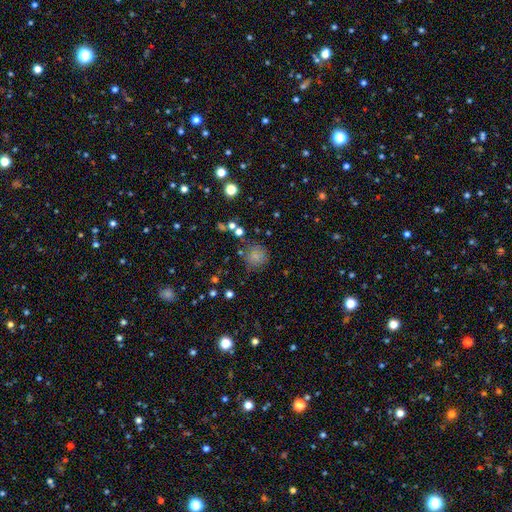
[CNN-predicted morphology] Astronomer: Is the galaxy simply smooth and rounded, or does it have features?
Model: smooth — 70%.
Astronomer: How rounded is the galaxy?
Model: round — 86%.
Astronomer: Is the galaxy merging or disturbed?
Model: none — 65%.